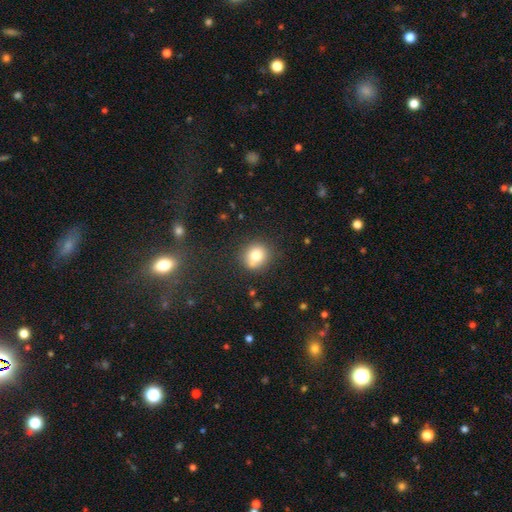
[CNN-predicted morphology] smooth_or_featured: smooth (p=0.77) [alt: star or artifact p=0.12]
how_rounded: round (p=0.82) [alt: in between p=0.17]
merging: none (p=0.77) [alt: minor disturbance p=0.14]